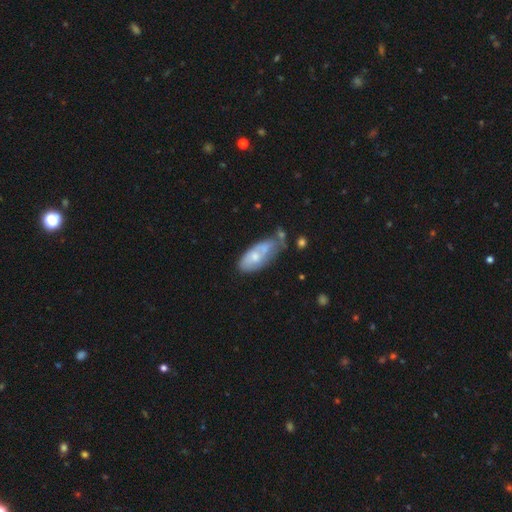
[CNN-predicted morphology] Smooth or featured: smooth — 51% (featured or disk — 43%)
How rounded: in between — 84% (cigar-shaped — 13%)
Merging: minor disturbance — 35% (none — 30%)